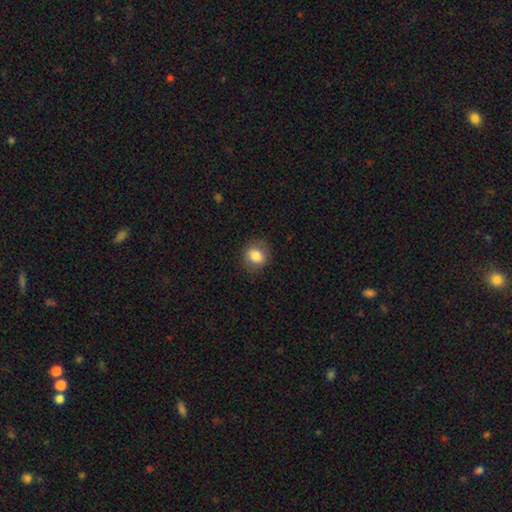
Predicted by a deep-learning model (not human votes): smooth-or-featured: smooth: 81% | featured or disk: 10% | star or artifact: 9%
  how-rounded: round: 59% | in between: 40% | cigar-shaped: 1%
  merging: none: 82% | minor disturbance: 13% | major disturbance: 4% | merger: 1%